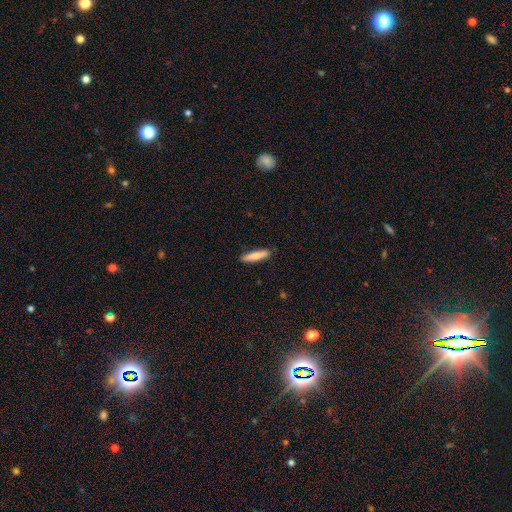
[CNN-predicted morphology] Smooth or featured: smooth — 77% (featured or disk — 18%)
How rounded: cigar-shaped — 85% (in between — 14%)
Merging: none — 88% (minor disturbance — 9%)